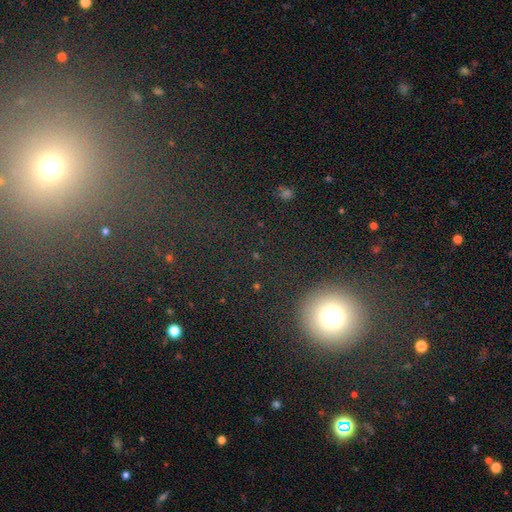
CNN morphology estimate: Overall: smooth (58%; star or artifact 32%). How rounded: round (92%). Merging: none (91%).